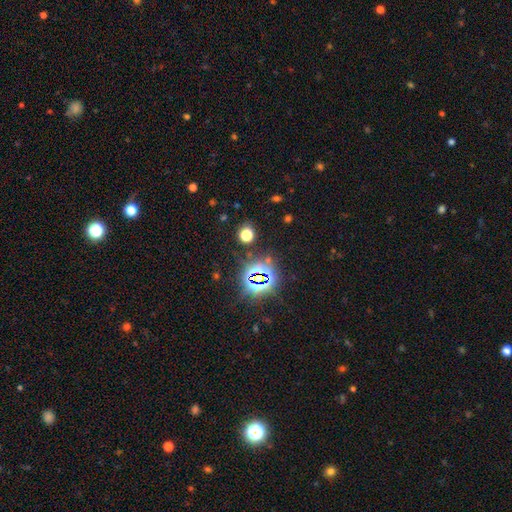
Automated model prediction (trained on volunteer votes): A star or artifact, not a galaxy (80%).